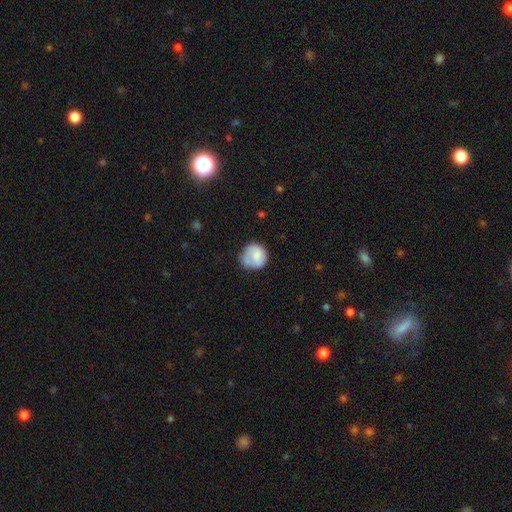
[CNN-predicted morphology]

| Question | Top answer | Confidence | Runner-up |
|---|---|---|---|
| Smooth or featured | smooth | 76% | featured or disk (16%) |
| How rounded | round | 88% | in between (11%) |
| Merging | none | 61% | minor disturbance (26%) |